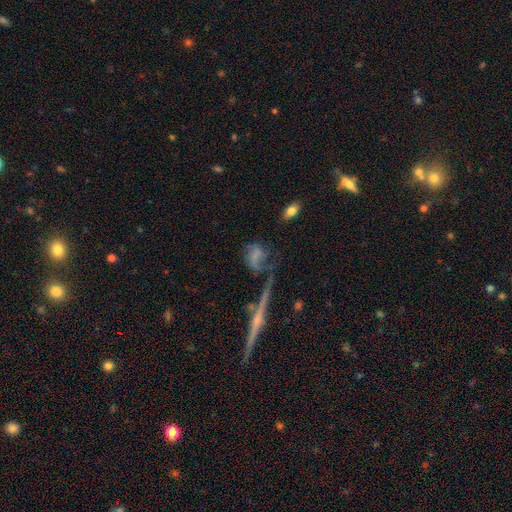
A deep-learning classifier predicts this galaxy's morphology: Q: Smooth or featured?
A: smooth (48%); runner-up: featured or disk (38%)
Q: Merging?
A: major disturbance (34%); runner-up: none (32%)